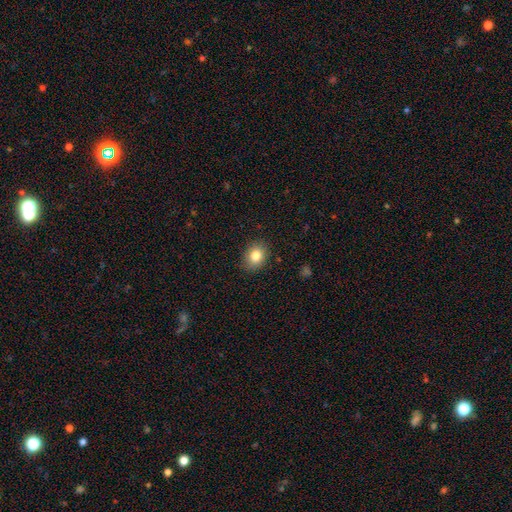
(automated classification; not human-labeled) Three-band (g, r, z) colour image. It shows a smooth galaxy with no disk features (83%) that is in between round and cigar-shaped (52%). Merging: none (87%).